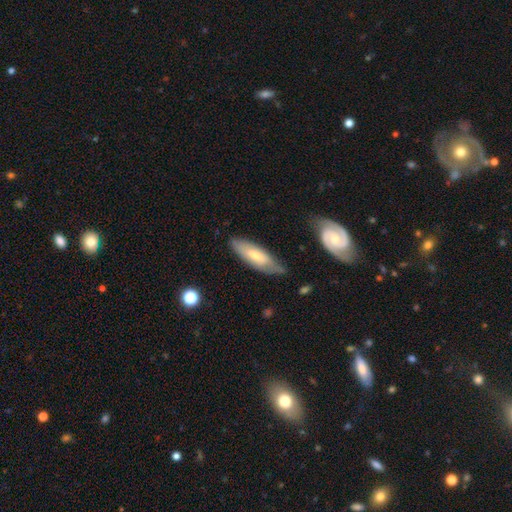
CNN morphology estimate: The model was most divided on "how rounded": in between: 53%, cigar-shaped: 45%, round: 2%. More confident: merging — none (69%); smooth or featured — smooth (58%).